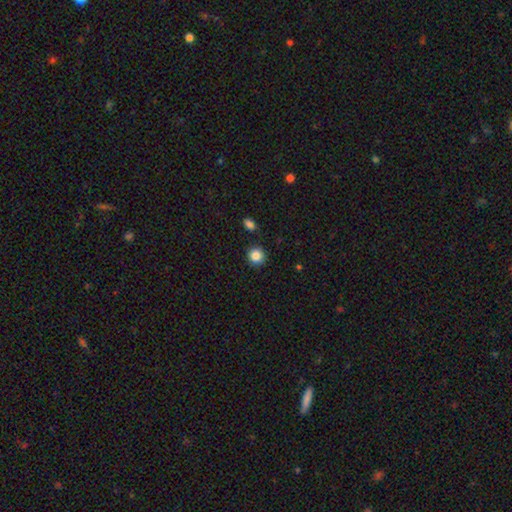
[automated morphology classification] type=smooth (86%); roundness=round (92%); merging=none (90%).